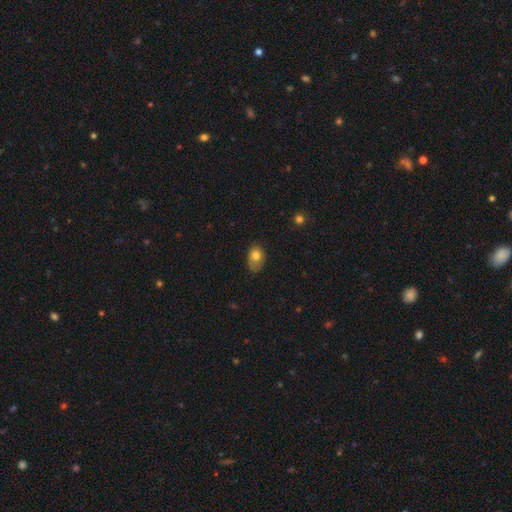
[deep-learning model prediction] Smooth or featured?
  - smooth: 76% *
  - featured or disk: 15%
  - star or artifact: 9%
How rounded?
  - in between: 77% *
  - round: 22%
  - cigar-shaped: 1%
Merging?
  - none: 54% *
  - minor disturbance: 35%
  - major disturbance: 10%
  - merger: 2%